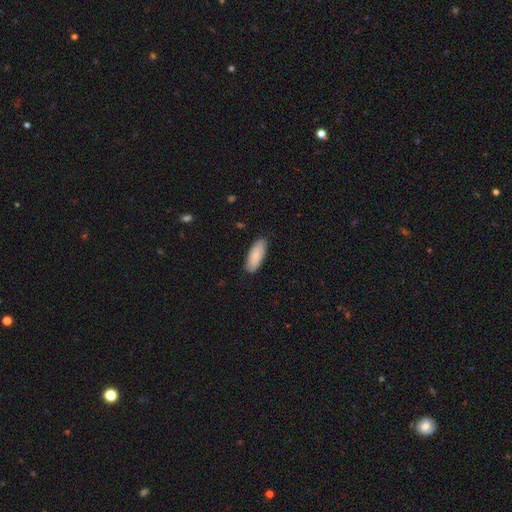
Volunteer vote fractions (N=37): Morphology: type=smooth (84%); roundness=in between (81%); merging=none (84%).